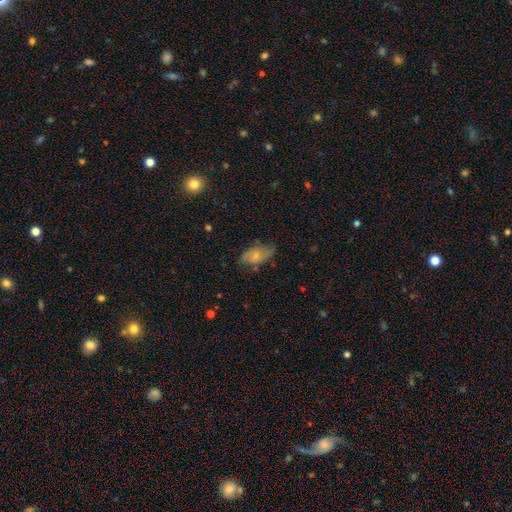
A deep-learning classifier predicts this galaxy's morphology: A smooth galaxy with no disk features (46%, tied with featured or disk).

Vote fractions:
- Smooth or featured? smooth: 46% (tied) / featured or disk: 46% (tied) / star or artifact: 7%
- Merging? none: 61% / minor disturbance: 28% / major disturbance: 9% / merger: 2%